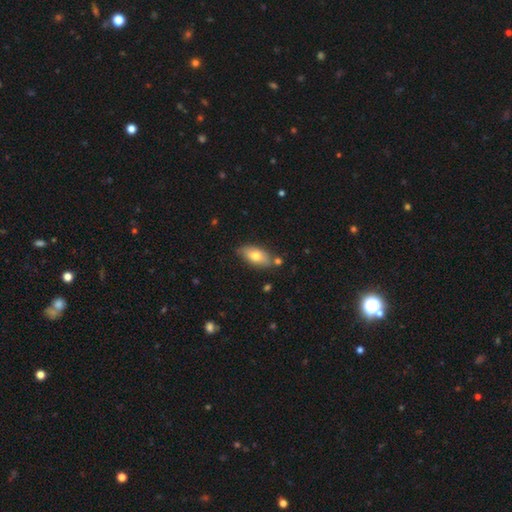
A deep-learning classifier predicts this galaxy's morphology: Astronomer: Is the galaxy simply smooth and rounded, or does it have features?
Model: smooth — 73%.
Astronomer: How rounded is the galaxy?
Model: in between — 88%.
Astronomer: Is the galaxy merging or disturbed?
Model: none — 75%.